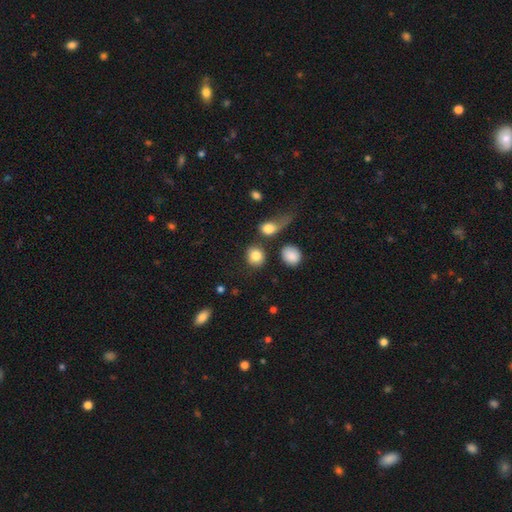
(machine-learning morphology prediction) smooth-or-featured: smooth: 84% | star or artifact: 9% | featured or disk: 7%
  how-rounded: round: 74% | in between: 25% | cigar-shaped: 1%
  merging: none: 66% | minor disturbance: 13% | merger: 12% | major disturbance: 9%